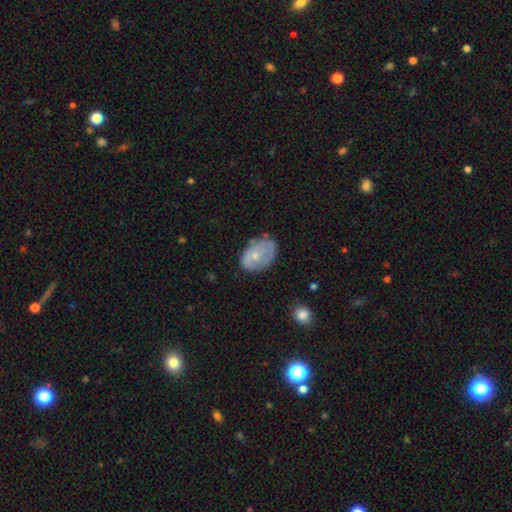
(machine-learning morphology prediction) smooth_or_featured: smooth (p=0.50) [alt: featured or disk p=0.43]
how_rounded: in between (p=0.84) [alt: round p=0.15]
merging: none (p=0.58) [alt: minor disturbance p=0.31]